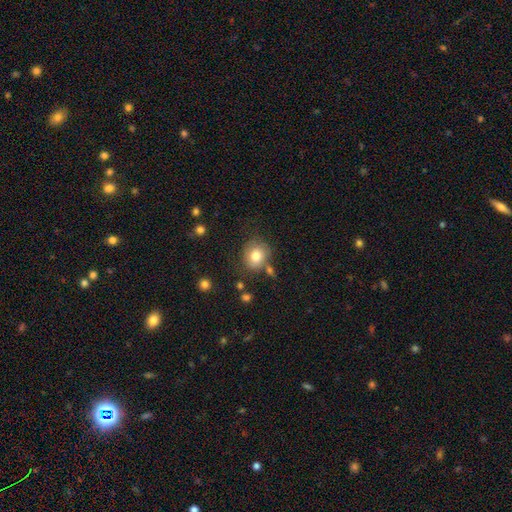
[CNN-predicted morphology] Smooth or featured? Predicted: smooth (p=0.78). How rounded? Predicted: round (p=0.75). Merging? Predicted: none (p=0.70).